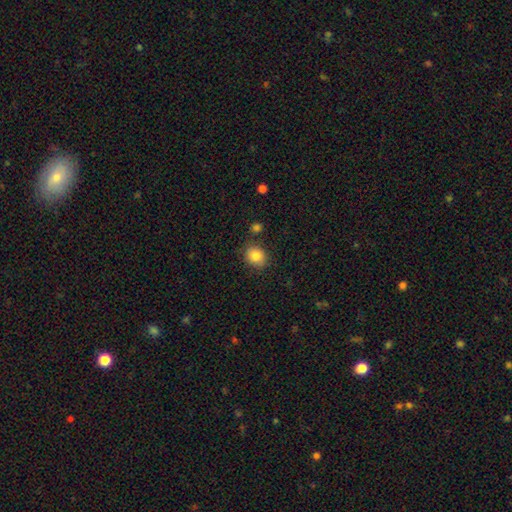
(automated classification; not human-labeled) Smooth or featured?
  - smooth: 85% *
  - star or artifact: 9%
  - featured or disk: 6%
How rounded?
  - round: 64% *
  - in between: 35%
  - cigar-shaped: 1%
Merging?
  - none: 82% *
  - minor disturbance: 11%
  - merger: 4%
  - major disturbance: 3%